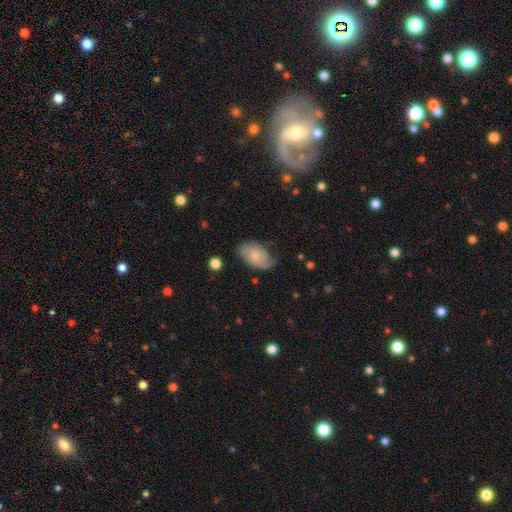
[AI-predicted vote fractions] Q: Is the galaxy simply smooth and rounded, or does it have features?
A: smooth — 59%.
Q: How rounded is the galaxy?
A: in between — 91%.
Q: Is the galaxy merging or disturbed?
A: none — 59%.